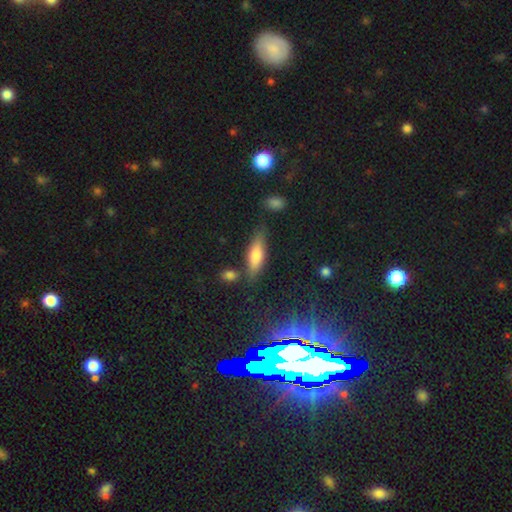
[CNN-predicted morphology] smooth_or_featured: smooth (p=0.67) [alt: featured or disk p=0.25]
how_rounded: in between (p=0.51) [alt: cigar-shaped p=0.47]
merging: none (p=0.73) [alt: minor disturbance p=0.17]